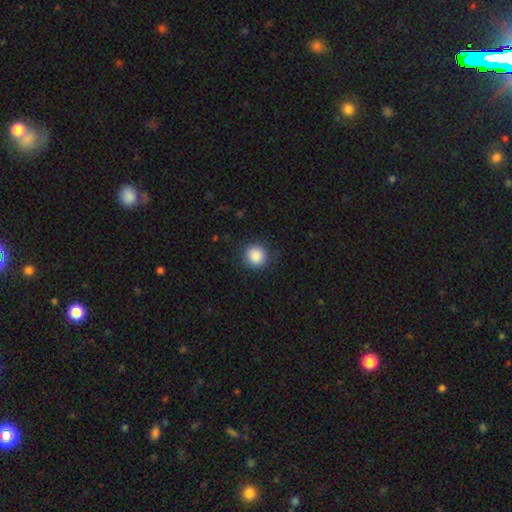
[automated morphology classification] The model was most divided on "smooth or featured": smooth: 88%, star or artifact: 9%, featured or disk: 3%. More confident: how rounded — round (91%); merging — none (88%).